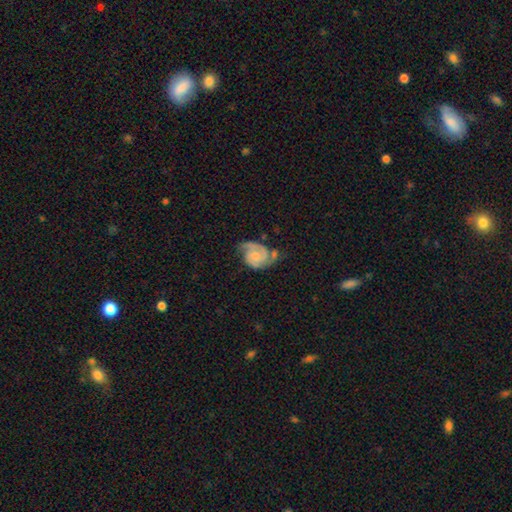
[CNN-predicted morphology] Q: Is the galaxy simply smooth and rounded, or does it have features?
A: featured or disk — 86%.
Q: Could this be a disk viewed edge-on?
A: no — 98%.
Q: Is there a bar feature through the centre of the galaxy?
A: no — 68%.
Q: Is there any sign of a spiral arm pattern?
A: yes — 97%.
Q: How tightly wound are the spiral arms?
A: tight — 48%.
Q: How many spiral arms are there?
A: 2 — 83%.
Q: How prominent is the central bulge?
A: small — 47%.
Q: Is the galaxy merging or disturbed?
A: none — 58%.